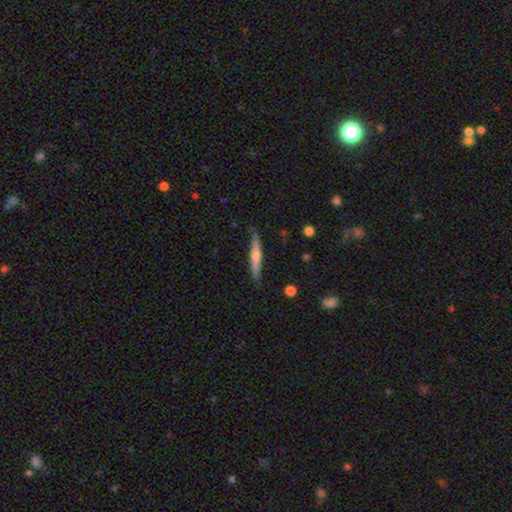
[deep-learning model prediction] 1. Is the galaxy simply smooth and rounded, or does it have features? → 58% featured or disk, 36% smooth, 6% star or artifact.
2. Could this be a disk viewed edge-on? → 96% yes, 4% no.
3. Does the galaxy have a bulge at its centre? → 83% rounded, 12% none, 5% boxy.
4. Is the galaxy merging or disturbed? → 84% none, 12% minor disturbance, 2% major disturbance, 1% merger.